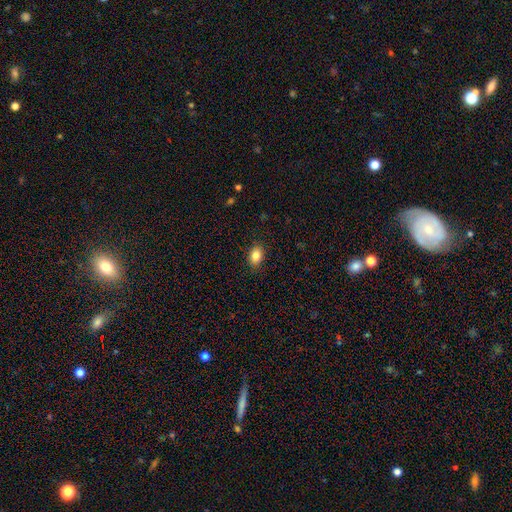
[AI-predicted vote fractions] smooth-or-featured: smooth: 86% | star or artifact: 9% | featured or disk: 5%
  how-rounded: in between: 78% | round: 20% | cigar-shaped: 1%
  merging: none: 88% | minor disturbance: 9% | major disturbance: 2% | merger: 1%